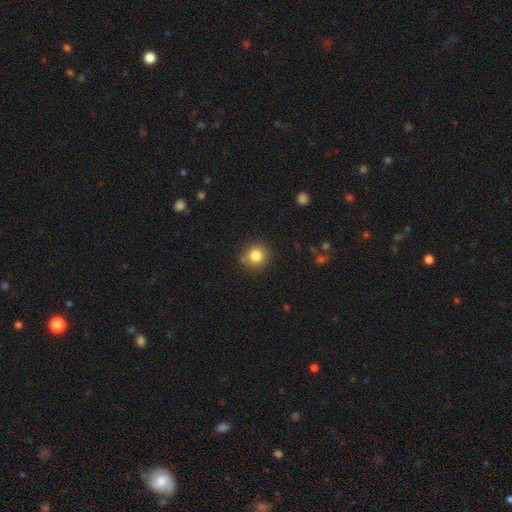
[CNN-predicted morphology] smooth-or-featured: smooth: 82% | star or artifact: 11% | featured or disk: 7%
  how-rounded: round: 92% | in between: 7% | cigar-shaped: 1%
  merging: none: 85% | minor disturbance: 9% | merger: 3% | major disturbance: 3%